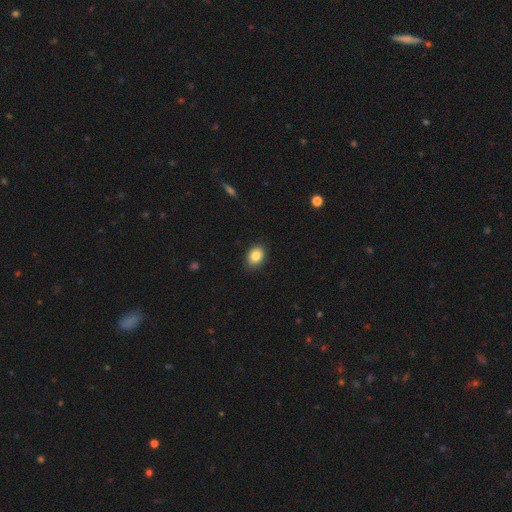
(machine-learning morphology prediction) Smooth or featured? Predicted: smooth (p=0.86). How rounded? Predicted: in between (p=0.74). Merging? Predicted: none (p=0.88).